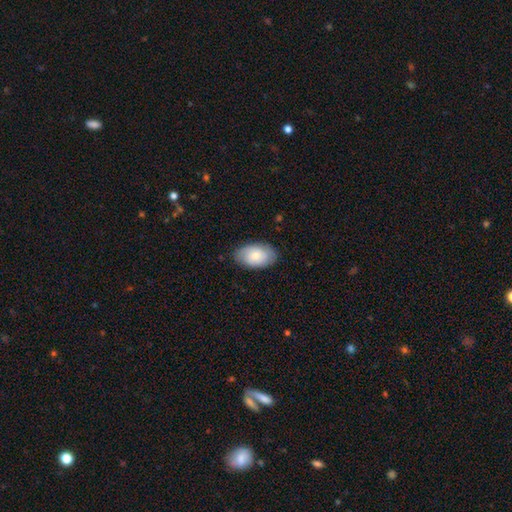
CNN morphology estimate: Smooth or featured?
  - smooth: 75% *
  - featured or disk: 19%
  - star or artifact: 6%
How rounded?
  - in between: 93% *
  - round: 6%
  - cigar-shaped: 1%
Merging?
  - none: 82% *
  - minor disturbance: 14%
  - major disturbance: 3%
  - merger: 1%